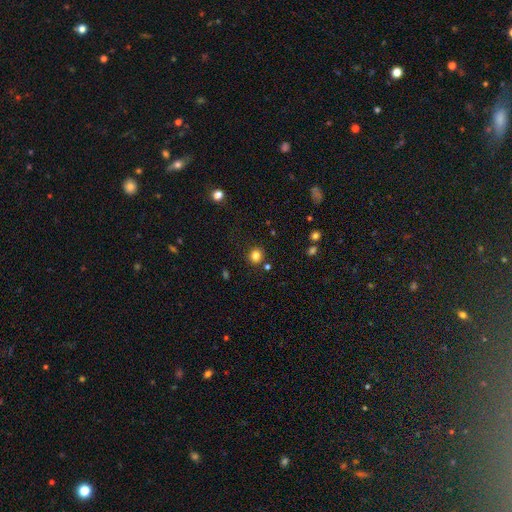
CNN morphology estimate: Smooth or featured? smooth (82%)
How rounded? round (82%)
Merging? none (86%)